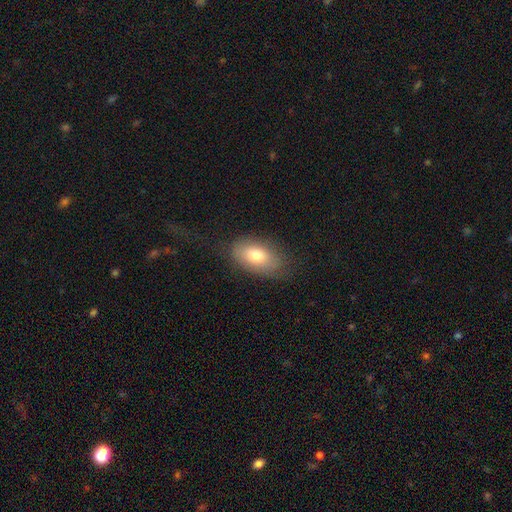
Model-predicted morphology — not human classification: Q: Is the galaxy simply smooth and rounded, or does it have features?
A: smooth — 76%.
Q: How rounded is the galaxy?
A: in between — 90%.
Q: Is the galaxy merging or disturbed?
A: none — 73%.